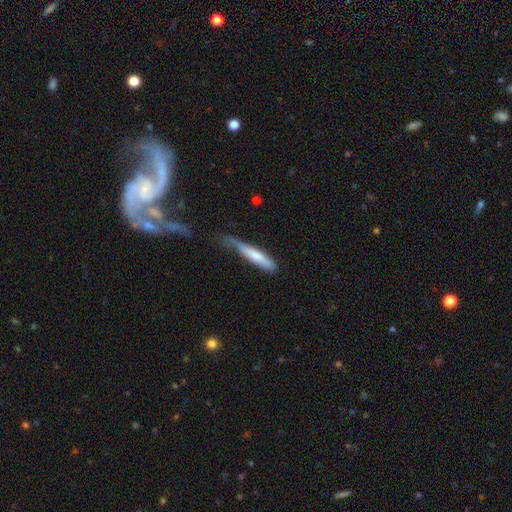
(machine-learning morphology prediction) smooth 68%, featured or disk 27%, star or artifact 5%. Down the decision tree: how rounded — cigar-shaped (85%); merging — minor disturbance (41%).